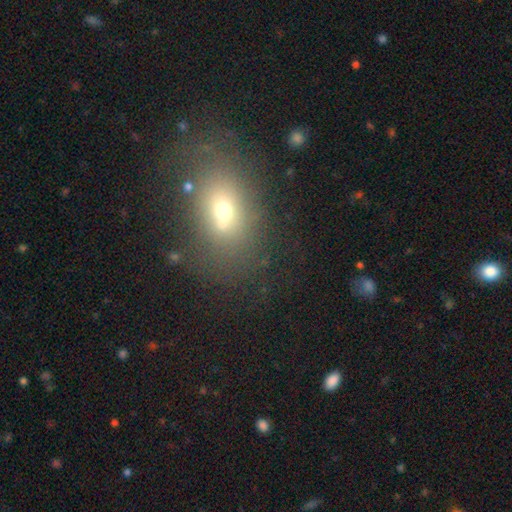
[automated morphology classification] Q: Smooth or featured?
A: smooth (62%); runner-up: star or artifact (21%)
Q: How rounded?
A: in between (75%); runner-up: round (23%)
Q: Merging?
A: none (76%); runner-up: minor disturbance (14%)